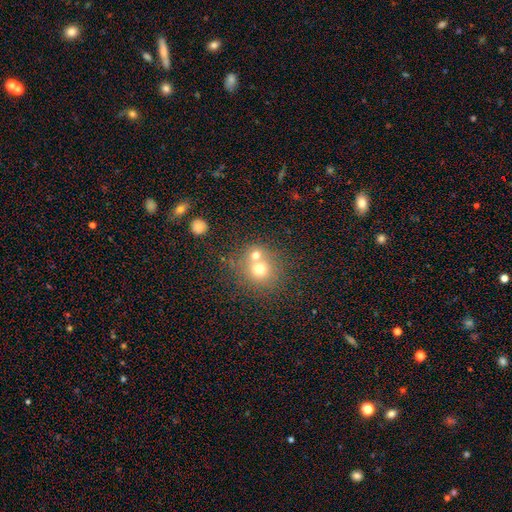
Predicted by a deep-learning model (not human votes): Q: Smooth or featured?
A: smooth (69%); runner-up: featured or disk (17%)
Q: How rounded?
A: round (85%); runner-up: in between (14%)
Q: Merging?
A: merger (47%); runner-up: none (44%)